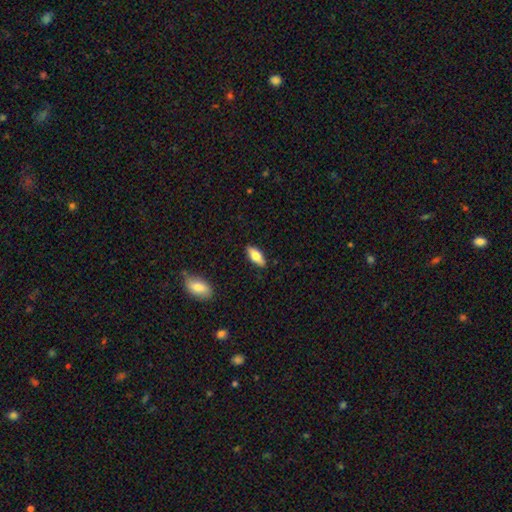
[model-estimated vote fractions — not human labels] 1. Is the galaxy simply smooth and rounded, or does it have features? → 69% smooth, 25% featured or disk, 6% star or artifact.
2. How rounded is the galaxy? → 75% in between, 22% cigar-shaped, 3% round.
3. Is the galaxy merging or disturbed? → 88% none, 9% minor disturbance, 2% major disturbance, 1% merger.